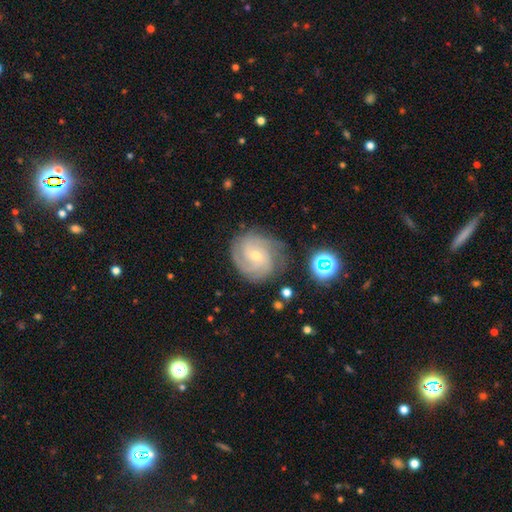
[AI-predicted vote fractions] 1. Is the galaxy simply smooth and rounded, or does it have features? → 81% featured or disk, 11% smooth, 9% star or artifact.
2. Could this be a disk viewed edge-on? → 97% no, 3% yes.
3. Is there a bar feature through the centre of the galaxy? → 57% no, 36% weak, 7% strong.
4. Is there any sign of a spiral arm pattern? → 96% yes, 4% no.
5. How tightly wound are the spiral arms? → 62% tight, 31% medium, 7% loose.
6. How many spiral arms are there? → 34% 3, 22% can't tell, 19% 2, 14% 4, 5% more than 4, 5% 1.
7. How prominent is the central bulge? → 61% small, 36% moderate, 1% large, 1% none, 1% dominant.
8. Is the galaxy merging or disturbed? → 79% none, 14% minor disturbance, 5% major disturbance, 2% merger.